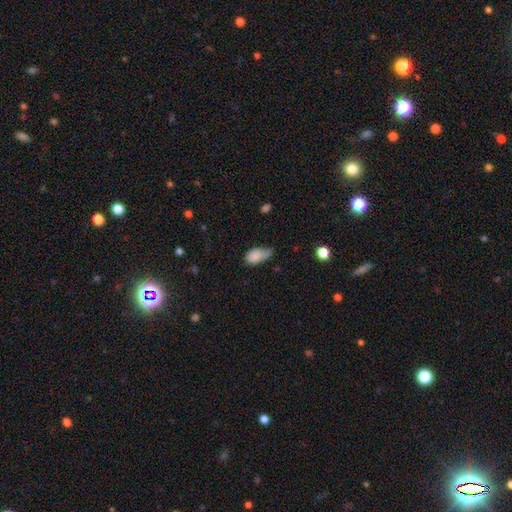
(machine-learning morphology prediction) A smooth galaxy with no disk features (82%) that is in between round and cigar-shaped (90%). Merging: minor disturbance (50%).